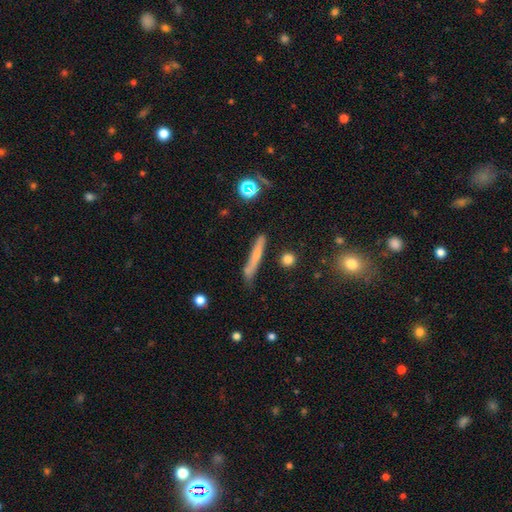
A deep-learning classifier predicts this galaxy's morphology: Smooth or featured? smooth (57%)
How rounded? cigar-shaped (93%)
Merging? none (72%)